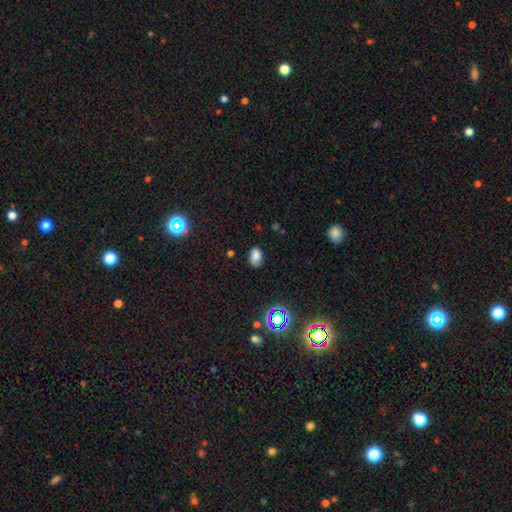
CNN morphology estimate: A smooth galaxy with no disk features (77%) that is in between round and cigar-shaped (86%).

Vote fractions:
- Smooth or featured? smooth: 77% / star or artifact: 16% / featured or disk: 7%
- How rounded? in between: 86% / round: 13% / cigar-shaped: 1%
- Merging? none: 81% / minor disturbance: 15% / major disturbance: 3% / merger: 1%